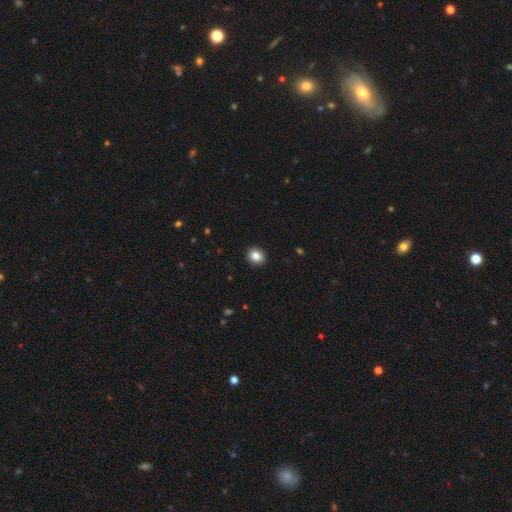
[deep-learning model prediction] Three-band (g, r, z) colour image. It shows a smooth galaxy with no disk features (85%) that is round (79%). Merging: none (92%).